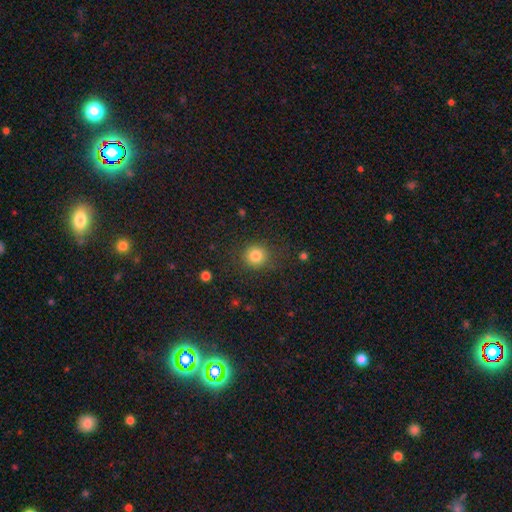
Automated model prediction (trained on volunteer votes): This appears to be a smooth galaxy with no disk features (83%) that is round (89%). Merging: none (84%).